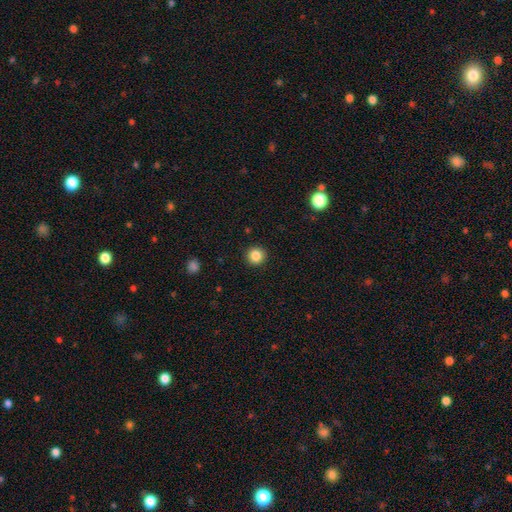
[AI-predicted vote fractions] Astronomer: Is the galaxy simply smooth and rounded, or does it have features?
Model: smooth — 85%.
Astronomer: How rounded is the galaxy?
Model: round — 95%.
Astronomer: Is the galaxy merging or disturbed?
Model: none — 92%.